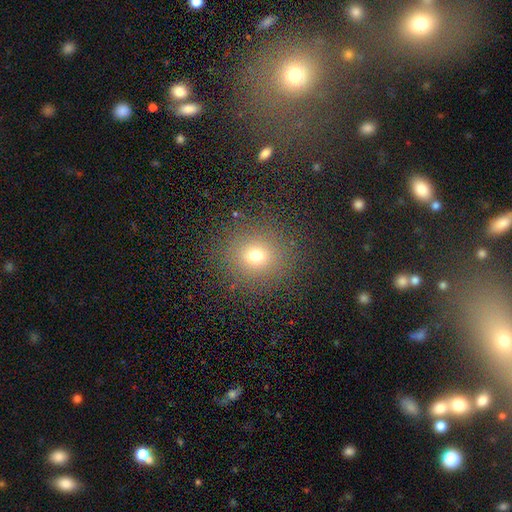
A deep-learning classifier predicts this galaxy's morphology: Overall: smooth (65%; star or artifact 26%). How rounded: round (88%). Merging: none (90%).